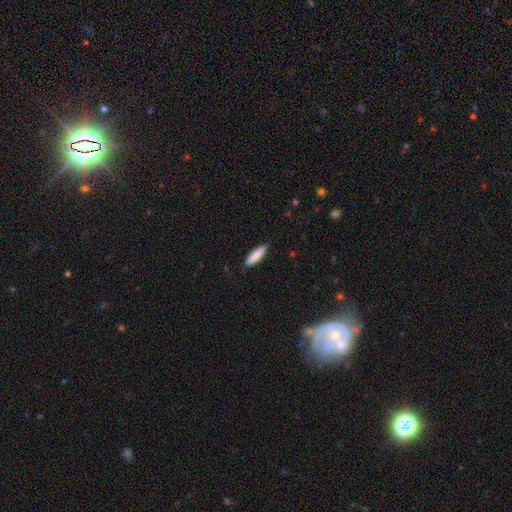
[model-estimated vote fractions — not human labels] Smooth or featured? Predicted: smooth (p=0.86). How rounded? Predicted: cigar-shaped (p=0.71). Merging? Predicted: none (p=0.87).